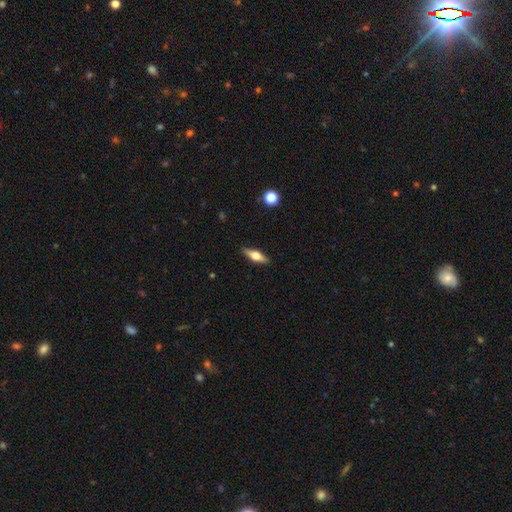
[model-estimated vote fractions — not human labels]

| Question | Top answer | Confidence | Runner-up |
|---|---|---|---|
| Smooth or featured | featured or disk | 52% | smooth (42%) |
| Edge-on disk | yes | 93% | no (7%) |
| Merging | none | 88% | minor disturbance (9%) |